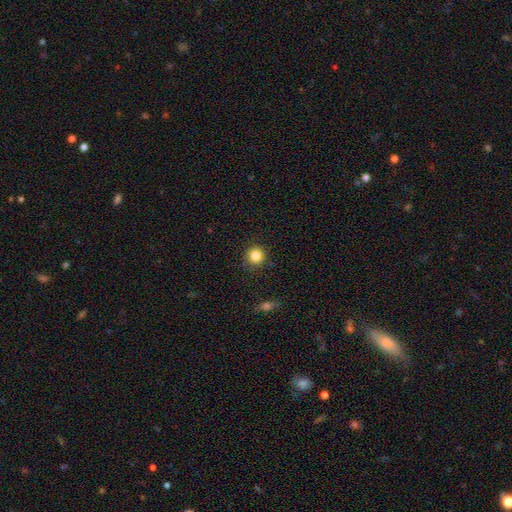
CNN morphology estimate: smooth 84%, star or artifact 11%, featured or disk 5%. Down the decision tree: how rounded — round (93%); merging — none (90%).